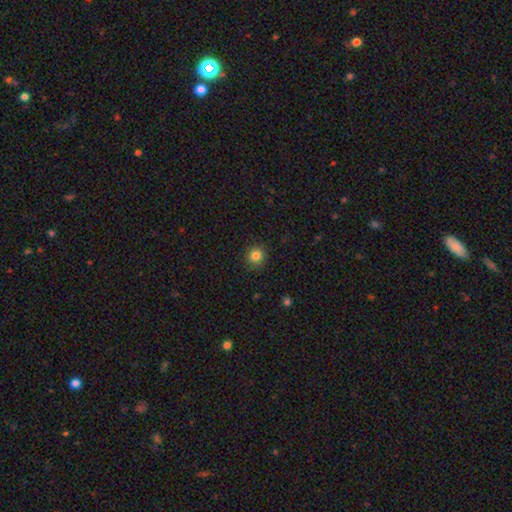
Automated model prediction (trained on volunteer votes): Overall: smooth (84%). How rounded: round (92%). Merging: none (91%).